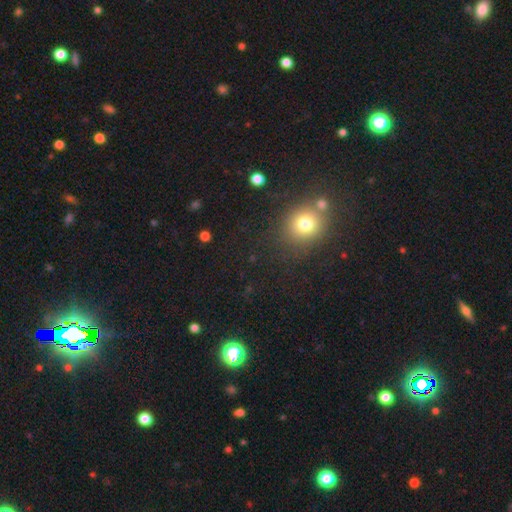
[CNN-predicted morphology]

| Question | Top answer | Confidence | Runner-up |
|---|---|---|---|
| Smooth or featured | smooth | 52% | star or artifact (41%) |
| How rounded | round | 81% | in between (18%) |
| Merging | none | 82% | minor disturbance (8%) |